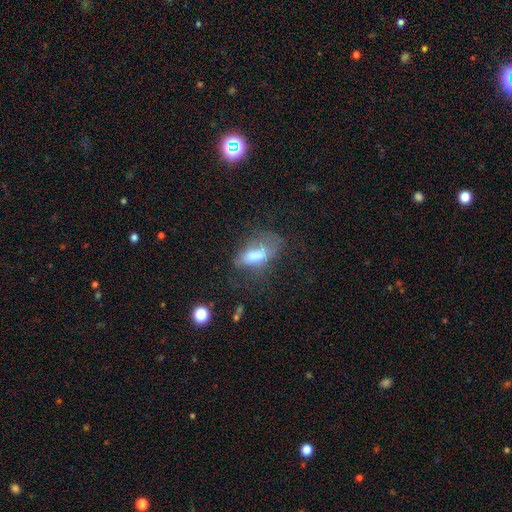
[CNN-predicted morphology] This appears to be a smooth galaxy with no disk features (53%) that is in between round and cigar-shaped (81%). Merging: major disturbance (33%).